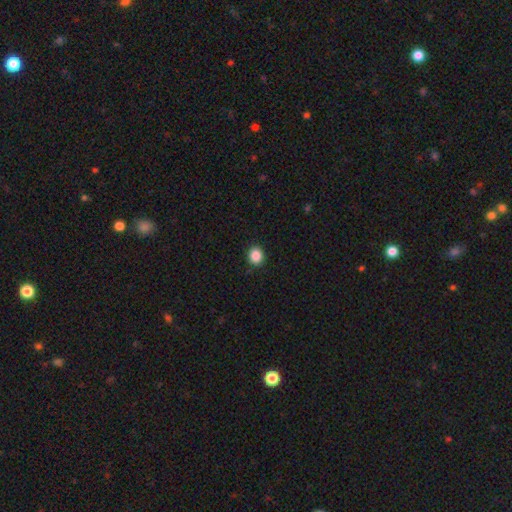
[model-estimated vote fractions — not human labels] A smooth galaxy with no disk features (88%) that is round (78%).

Vote fractions:
- Smooth or featured? smooth: 88% / star or artifact: 10% / featured or disk: 3%
- How rounded? round: 78% / in between: 21% / cigar-shaped: 1%
- Merging? none: 91% / minor disturbance: 6% / major disturbance: 2% / merger: 1%